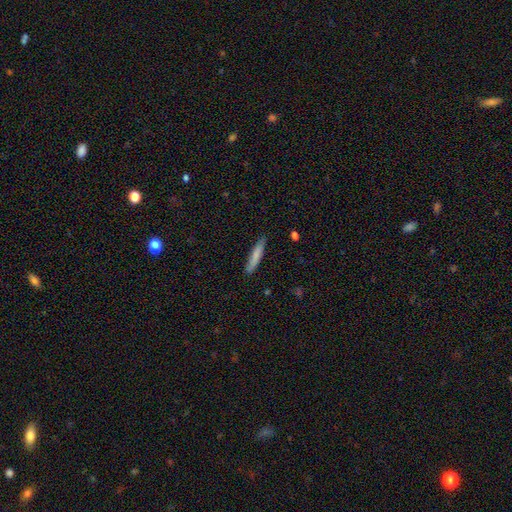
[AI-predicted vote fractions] A smooth galaxy with no disk features (76%) that is cigar-shaped (90%).

Vote fractions:
- Smooth or featured? smooth: 76% / featured or disk: 18% / star or artifact: 6%
- How rounded? cigar-shaped: 90% / in between: 8% / round: 1%
- Merging? none: 83% / minor disturbance: 13% / major disturbance: 2% / merger: 2%